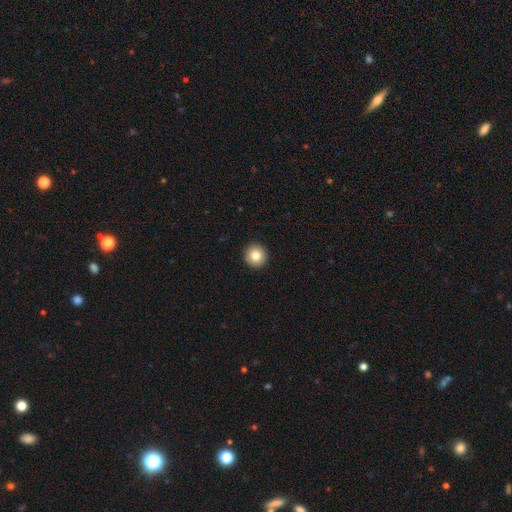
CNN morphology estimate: Smooth or featured: smooth — 82% (star or artifact — 9%)
How rounded: round — 95% (in between — 4%)
Merging: none — 94% (minor disturbance — 4%)